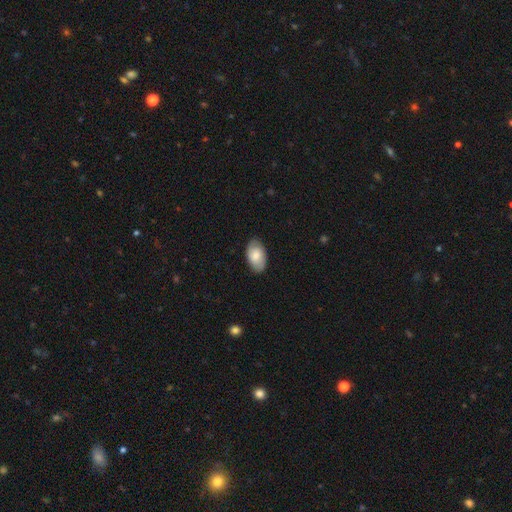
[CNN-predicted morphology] This is likely a smooth galaxy (73%). How rounded: clearly in between (94%). Merging: clearly none (83%).